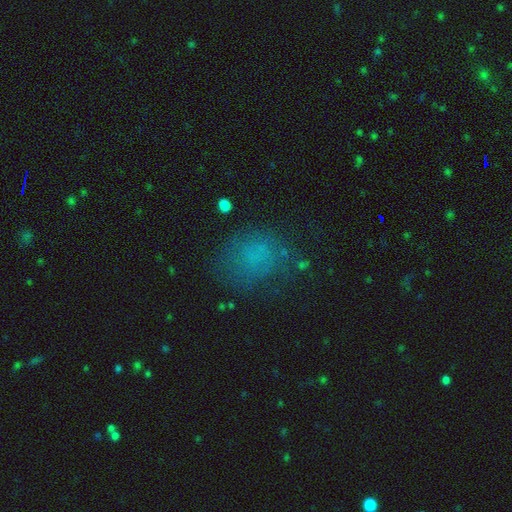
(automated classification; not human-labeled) smooth 63%, star or artifact 21%, featured or disk 17%. Down the decision tree: how rounded — round (56%); merging — none (65%).